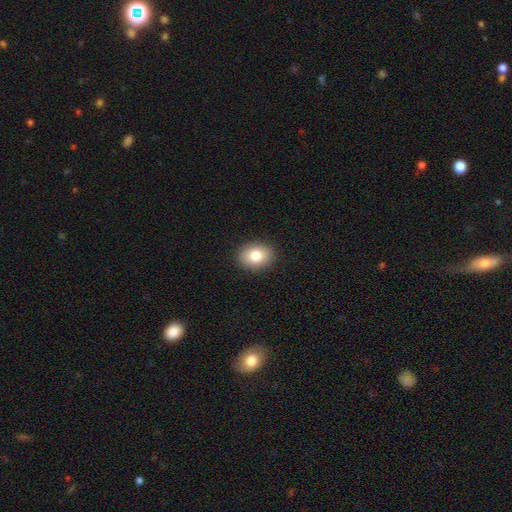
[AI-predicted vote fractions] smooth-or-featured: smooth: 82% | featured or disk: 9% | star or artifact: 9%
  how-rounded: in between: 63% | round: 36% | cigar-shaped: 1%
  merging: none: 90% | minor disturbance: 7% | major disturbance: 2% | merger: 1%